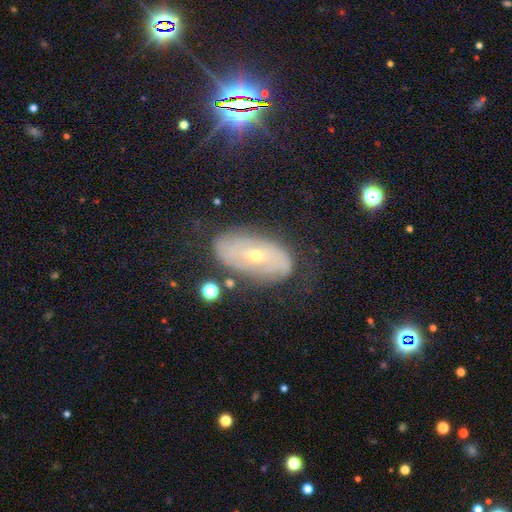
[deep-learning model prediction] Morphology: type=featured or disk (68%); edge-on=no (90%); bar=no (59%); spiral arms=yes (64%); bulge=small (51%); merging=none (72%).